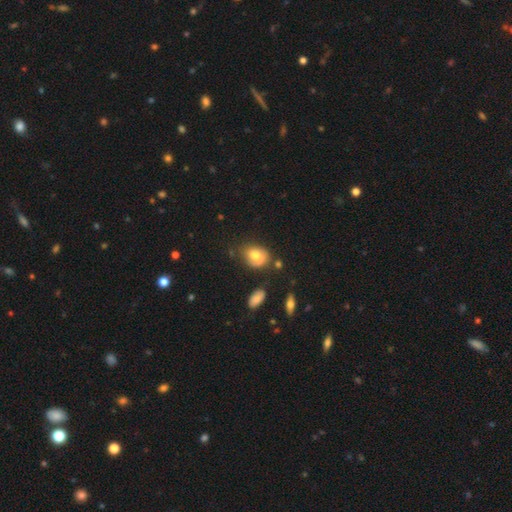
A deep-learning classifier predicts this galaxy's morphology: Overall: smooth (65%; featured or disk 26%). How rounded: in between (62%; round 37%). Merging: none (49%; minor disturbance 30%).